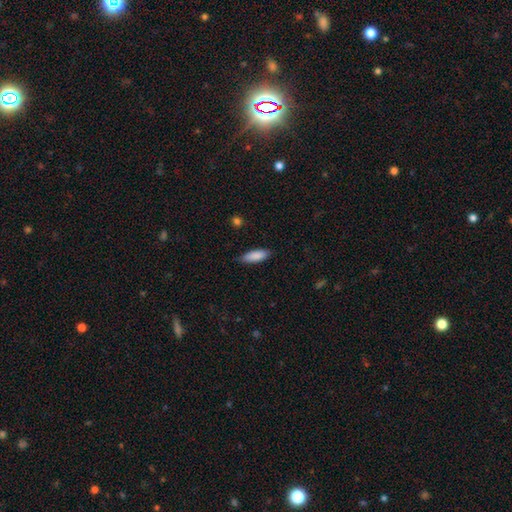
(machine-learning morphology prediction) Smooth or featured: smooth — 88% (featured or disk — 7%)
How rounded: in between — 62% (cigar-shaped — 36%)
Merging: none — 80% (minor disturbance — 17%)